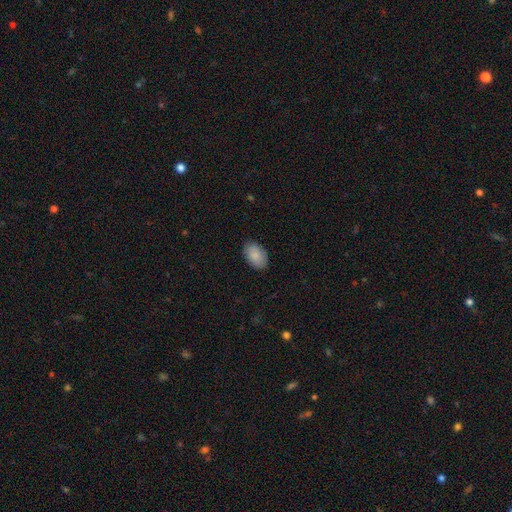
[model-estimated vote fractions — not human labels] smooth_or_featured: smooth (p=0.89) [alt: star or artifact p=0.06]
how_rounded: in between (p=0.91) [alt: round p=0.08]
merging: none (p=0.87) [alt: minor disturbance p=0.10]